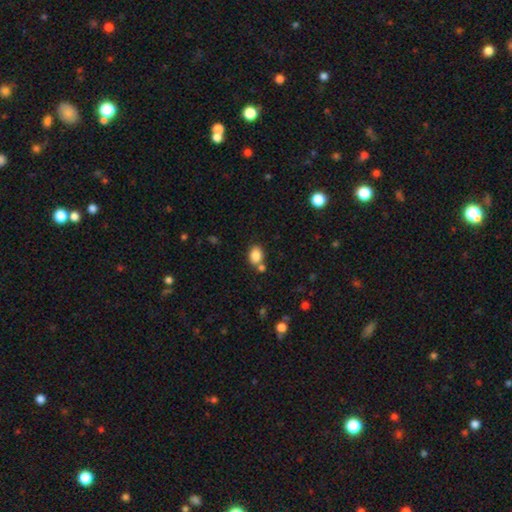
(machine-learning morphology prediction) Smooth or featured: smooth — 85% (star or artifact — 9%)
How rounded: in between — 66% (round — 33%)
Merging: none — 64% (merger — 20%)